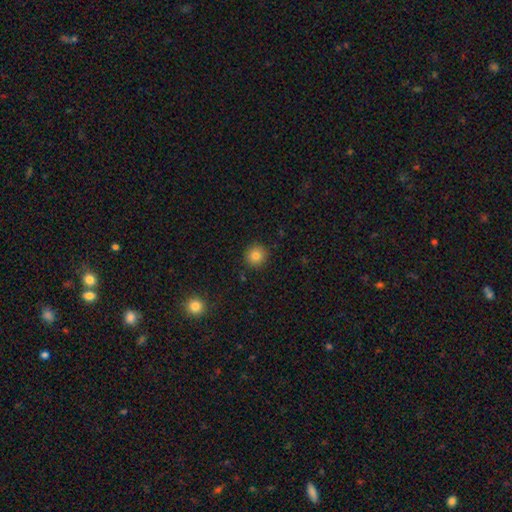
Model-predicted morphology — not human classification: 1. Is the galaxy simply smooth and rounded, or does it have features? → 83% smooth, 11% star or artifact, 6% featured or disk.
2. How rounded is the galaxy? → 94% round, 5% in between, 1% cigar-shaped.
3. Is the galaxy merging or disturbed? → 90% none, 6% minor disturbance, 2% major disturbance, 1% merger.